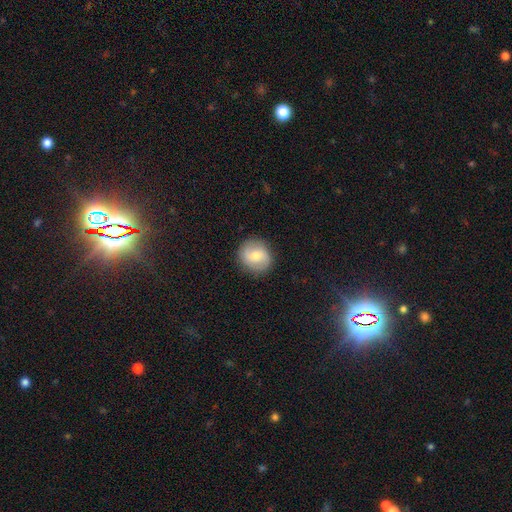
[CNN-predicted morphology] The model was most divided on "smooth or featured": smooth: 50%, featured or disk: 43%, star or artifact: 7%. More confident: merging — none (87%).